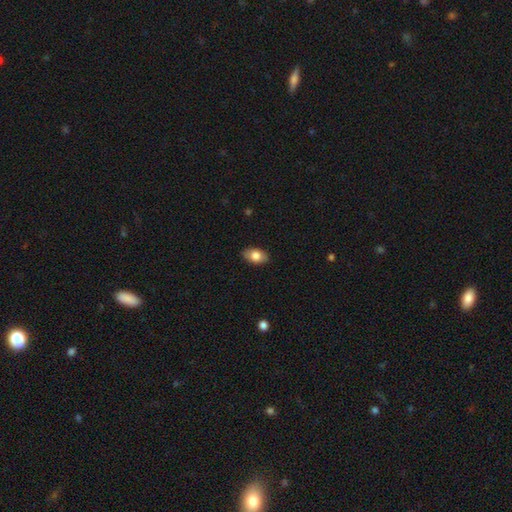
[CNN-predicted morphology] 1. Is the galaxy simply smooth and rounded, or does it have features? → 79% smooth, 14% featured or disk, 7% star or artifact.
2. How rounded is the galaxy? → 90% in between, 8% round, 2% cigar-shaped.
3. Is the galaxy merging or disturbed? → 86% none, 11% minor disturbance, 2% major disturbance, 1% merger.